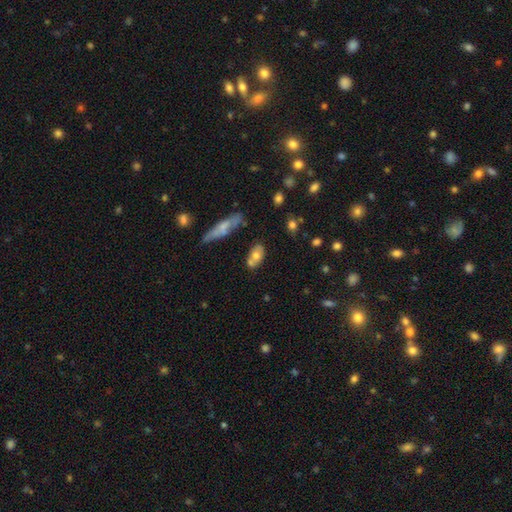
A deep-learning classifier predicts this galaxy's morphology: Smooth or featured? smooth (65%)
How rounded? in between (81%)
Merging? none (51%)